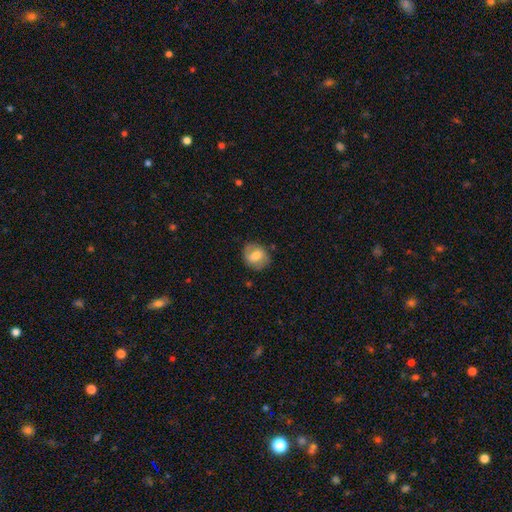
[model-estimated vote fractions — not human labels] smooth-or-featured: smooth: 58% | featured or disk: 34% | star or artifact: 8%
  how-rounded: round: 67% | in between: 32% | cigar-shaped: 1%
  merging: none: 76% | minor disturbance: 17% | major disturbance: 6% | merger: 2%